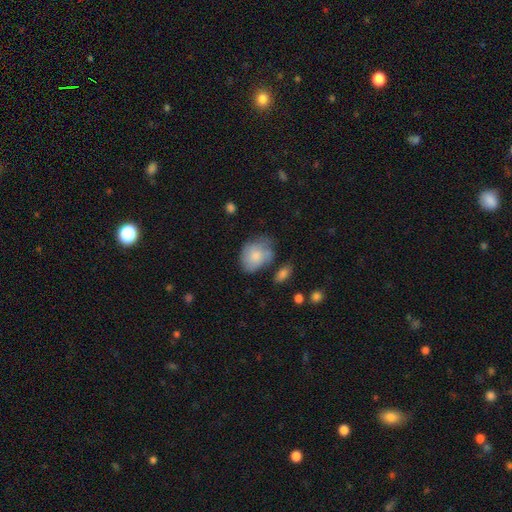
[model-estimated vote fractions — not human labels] Morphology: type=smooth (72%); roundness=in between (60%); merging=none (45%).